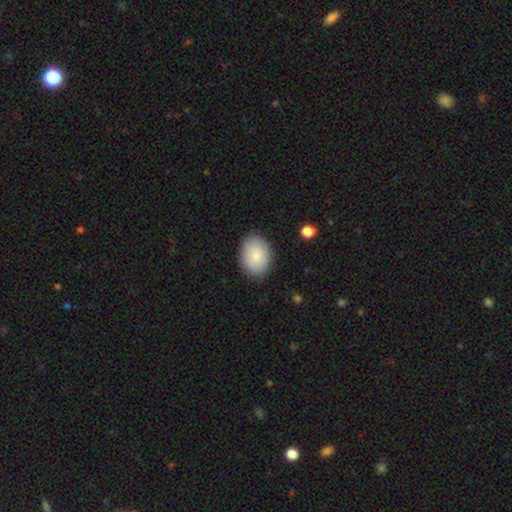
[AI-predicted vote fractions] A smooth galaxy with no disk features (86%) that is in between round and cigar-shaped (77%).

Vote fractions:
- Smooth or featured? smooth: 86% / featured or disk: 8% / star or artifact: 6%
- How rounded? in between: 77% / round: 22% / cigar-shaped: 1%
- Merging? none: 87% / minor disturbance: 10% / major disturbance: 2% / merger: 1%